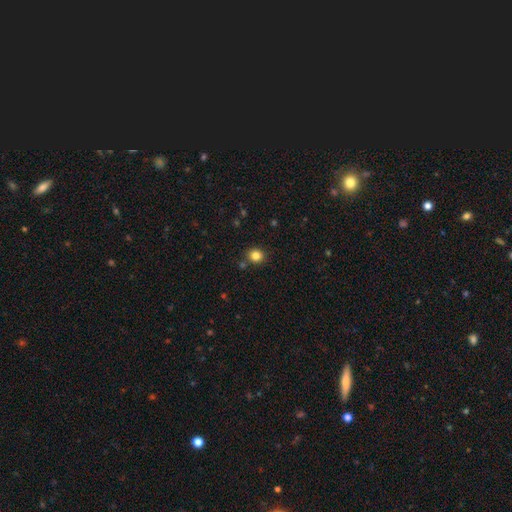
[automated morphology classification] Smooth or featured: smooth — 83% (star or artifact — 12%)
How rounded: round — 84% (in between — 15%)
Merging: none — 85% (minor disturbance — 8%)